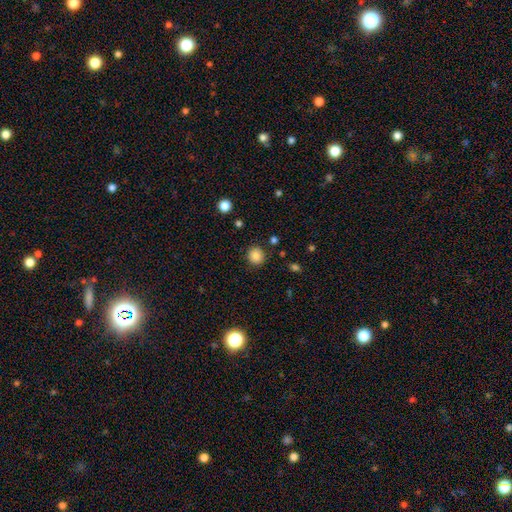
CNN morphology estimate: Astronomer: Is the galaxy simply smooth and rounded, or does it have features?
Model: smooth — 85%.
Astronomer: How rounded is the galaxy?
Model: round — 89%.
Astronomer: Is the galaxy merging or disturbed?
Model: none — 88%.